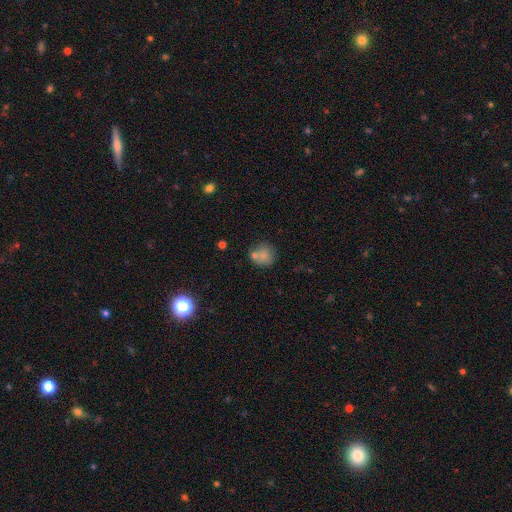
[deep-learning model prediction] Overall: smooth (52%; star or artifact 33%). How rounded: round (84%). Merging: none (68%).